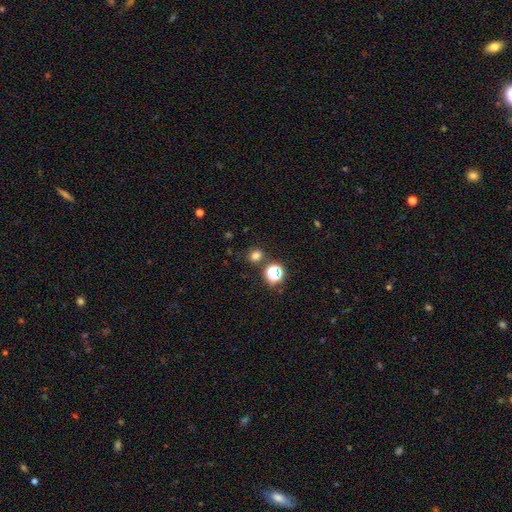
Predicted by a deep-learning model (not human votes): Smooth or featured: smooth — 72% (star or artifact — 22%)
How rounded: round — 75% (in between — 24%)
Merging: none — 81% (minor disturbance — 9%)